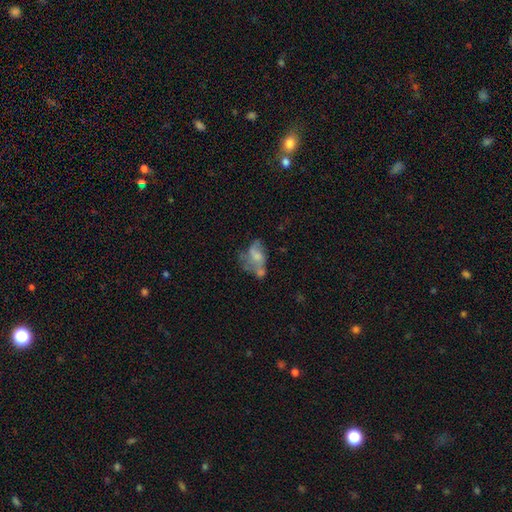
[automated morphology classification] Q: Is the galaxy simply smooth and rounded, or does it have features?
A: featured or disk — 48%.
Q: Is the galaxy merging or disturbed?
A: major disturbance — 29%.